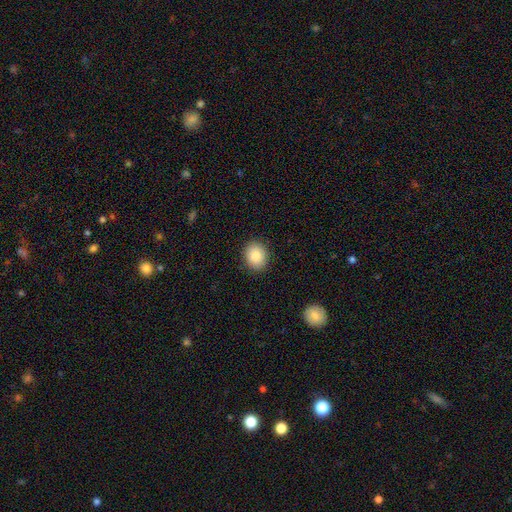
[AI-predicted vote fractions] A smooth galaxy with no disk features (86%) that is round (59%). Merging: none (90%).